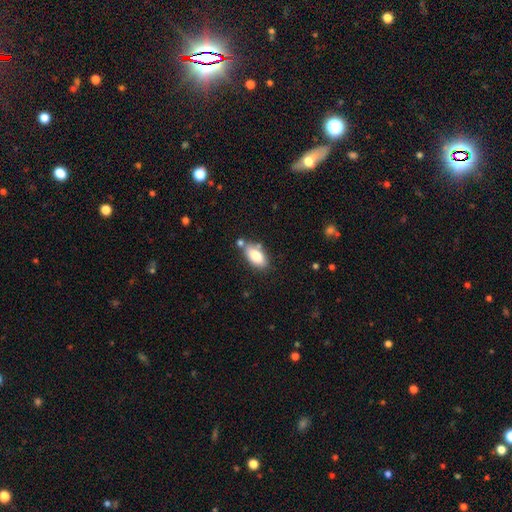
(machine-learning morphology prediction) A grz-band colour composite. It shows a smooth galaxy with no disk features (82%) that is in between round and cigar-shaped (91%). Merging: none (70%).